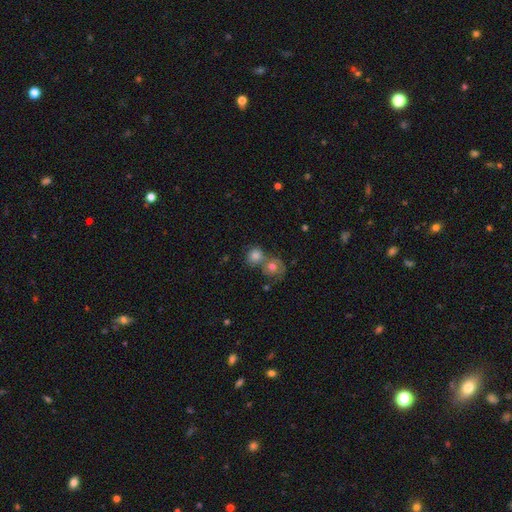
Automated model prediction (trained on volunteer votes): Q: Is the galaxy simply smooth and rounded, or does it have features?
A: smooth — 68%.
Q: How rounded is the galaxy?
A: round — 81%.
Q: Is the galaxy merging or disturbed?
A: none — 47%.